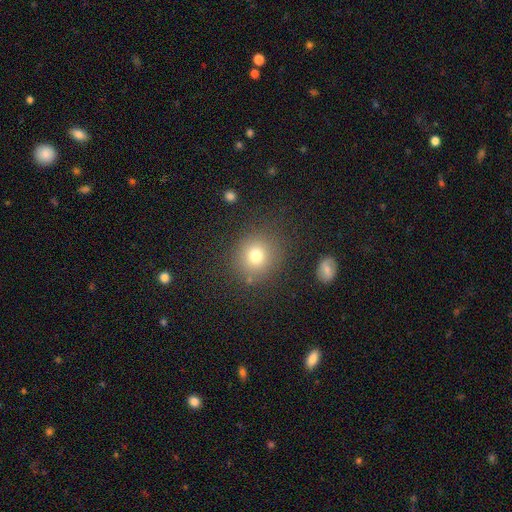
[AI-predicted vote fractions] smooth-or-featured: smooth: 76% | star or artifact: 15% | featured or disk: 10%
  how-rounded: round: 84% | in between: 15% | cigar-shaped: 1%
  merging: none: 82% | minor disturbance: 10% | major disturbance: 4% | merger: 3%